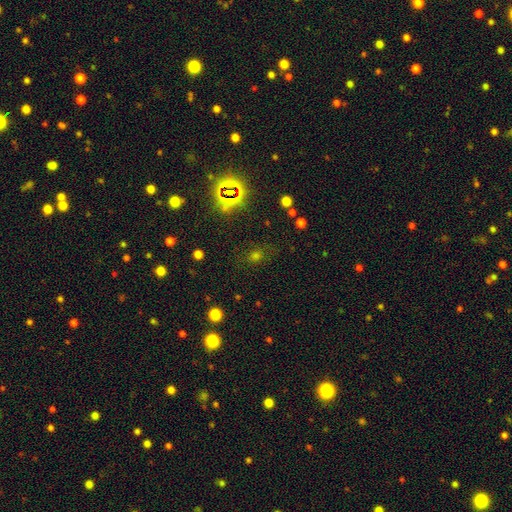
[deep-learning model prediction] A star or artifact, not a galaxy (49%).

Vote fractions:
- Smooth or featured? star or artifact: 49% / smooth: 43% / featured or disk: 8%